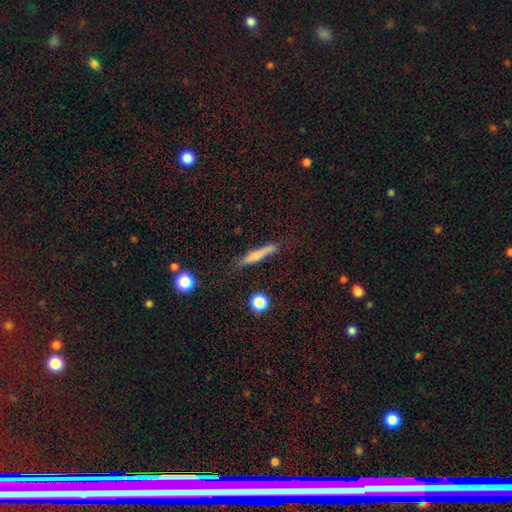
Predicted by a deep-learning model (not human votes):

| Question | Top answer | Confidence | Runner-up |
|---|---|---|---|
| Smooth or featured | smooth | 52% | featured or disk (39%) |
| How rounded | cigar-shaped | 89% | in between (8%) |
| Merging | none | 72% | minor disturbance (19%) |